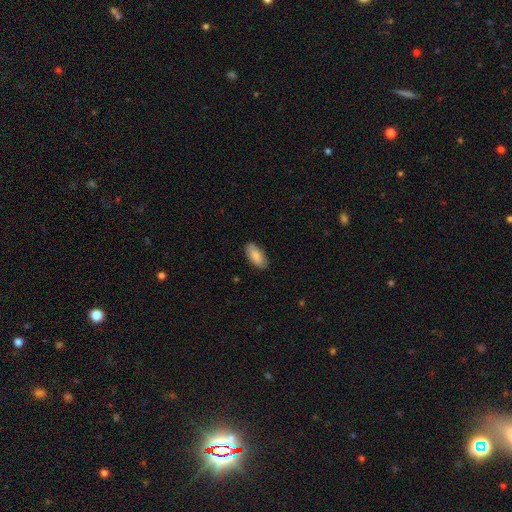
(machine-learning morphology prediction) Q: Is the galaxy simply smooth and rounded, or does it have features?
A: smooth — 87%.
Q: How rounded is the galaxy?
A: in between — 90%.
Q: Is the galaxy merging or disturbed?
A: none — 87%.